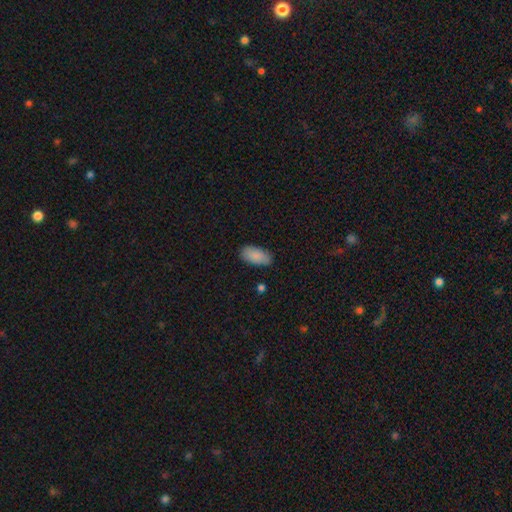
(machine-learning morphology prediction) This is clearly a smooth galaxy (88%). How rounded: clearly in between (93%). Merging: clearly none (84%).